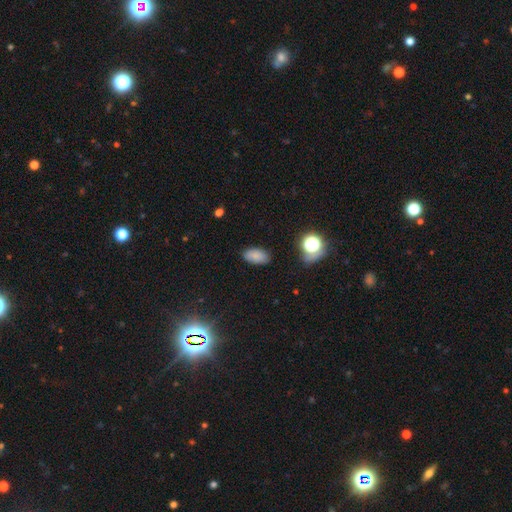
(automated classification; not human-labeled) Smooth or featured?
  - smooth: 81% *
  - star or artifact: 12%
  - featured or disk: 7%
How rounded?
  - in between: 92% *
  - round: 6%
  - cigar-shaped: 2%
Merging?
  - none: 83% *
  - minor disturbance: 12%
  - major disturbance: 3%
  - merger: 1%